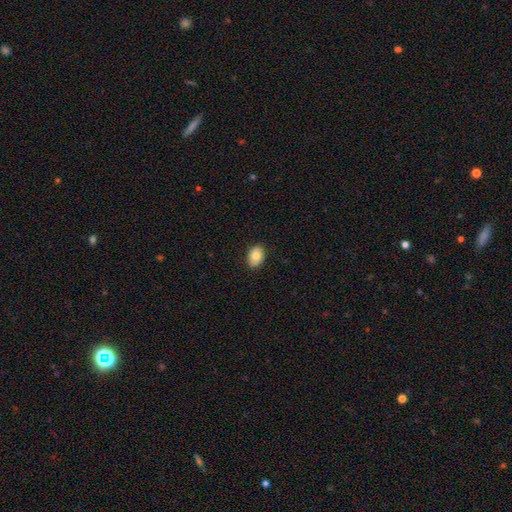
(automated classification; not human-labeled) smooth-or-featured: smooth: 78% | featured or disk: 15% | star or artifact: 7%
  how-rounded: in between: 77% | round: 22% | cigar-shaped: 1%
  merging: none: 88% | minor disturbance: 9% | major disturbance: 2% | merger: 1%